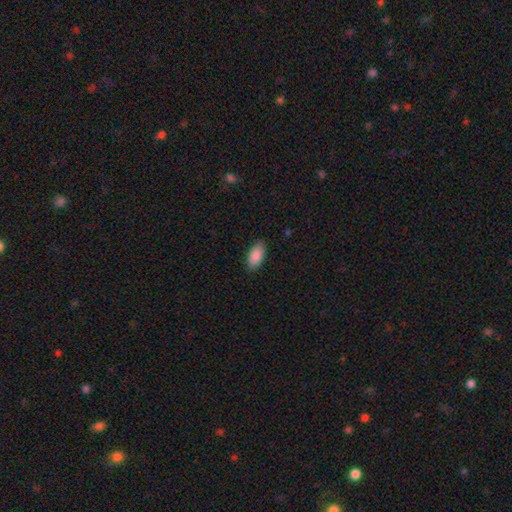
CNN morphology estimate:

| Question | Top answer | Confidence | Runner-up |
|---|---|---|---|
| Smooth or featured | smooth | 89% | star or artifact (6%) |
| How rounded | in between | 92% | cigar-shaped (6%) |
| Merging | none | 88% | minor disturbance (9%) |